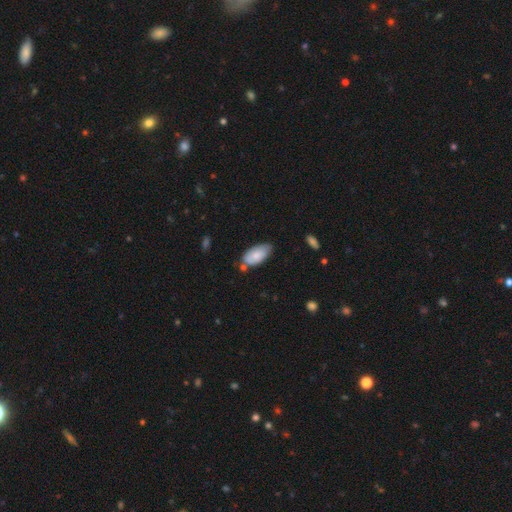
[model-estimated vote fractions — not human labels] Smooth or featured: smooth — 77% (featured or disk — 17%)
How rounded: in between — 94% (cigar-shaped — 4%)
Merging: none — 56% (minor disturbance — 30%)